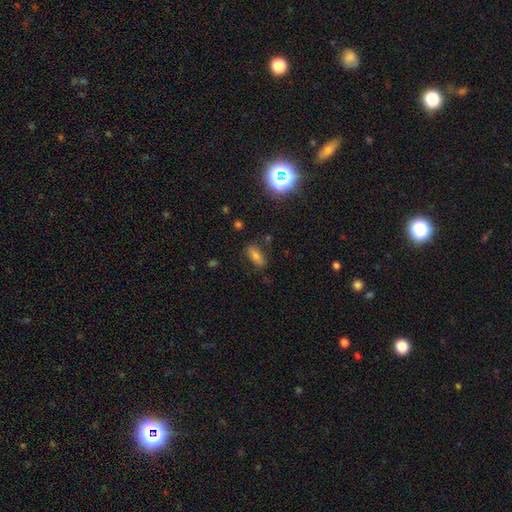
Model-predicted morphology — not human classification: The model was most divided on "smooth or featured": smooth: 70%, star or artifact: 19%, featured or disk: 11%. More confident: merging — none (80%); how rounded — in between (78%).